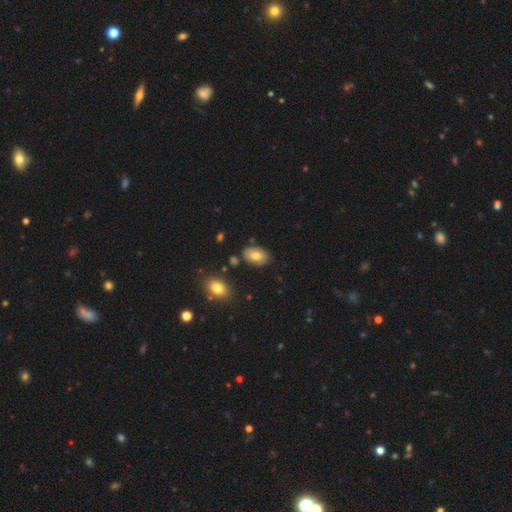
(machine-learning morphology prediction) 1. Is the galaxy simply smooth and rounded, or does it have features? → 77% smooth, 15% featured or disk, 8% star or artifact.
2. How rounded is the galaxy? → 90% in between, 8% round, 1% cigar-shaped.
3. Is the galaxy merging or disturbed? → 81% none, 13% minor disturbance, 3% merger, 3% major disturbance.